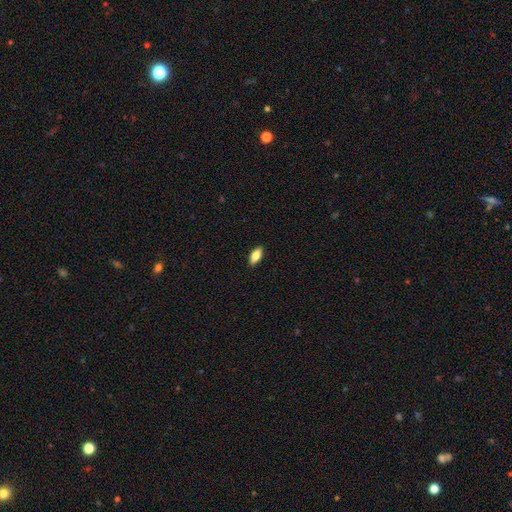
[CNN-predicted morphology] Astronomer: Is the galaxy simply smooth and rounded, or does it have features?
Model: smooth — 78%.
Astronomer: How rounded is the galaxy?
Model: in between — 81%.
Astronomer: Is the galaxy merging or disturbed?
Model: none — 90%.